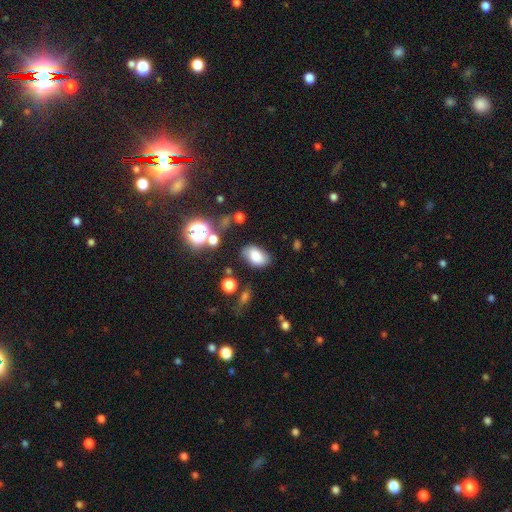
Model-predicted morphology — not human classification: Smooth or featured? smooth (77%)
How rounded? in between (90%)
Merging? none (76%)